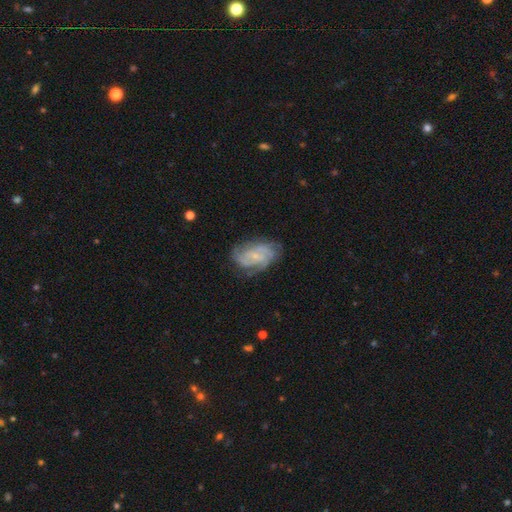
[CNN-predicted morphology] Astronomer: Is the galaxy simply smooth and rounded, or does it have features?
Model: featured or disk — 79%.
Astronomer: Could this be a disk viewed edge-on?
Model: no — 97%.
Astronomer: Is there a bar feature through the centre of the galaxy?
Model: no — 56% (runner-up: weak, 37%).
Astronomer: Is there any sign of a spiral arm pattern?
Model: yes — 94%.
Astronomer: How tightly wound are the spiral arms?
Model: tight — 54% (runner-up: medium, 36%).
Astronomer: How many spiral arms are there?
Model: can't tell — 28% (runner-up: 2, 26%).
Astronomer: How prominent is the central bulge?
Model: small — 73%.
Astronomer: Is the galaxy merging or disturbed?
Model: none — 71%.